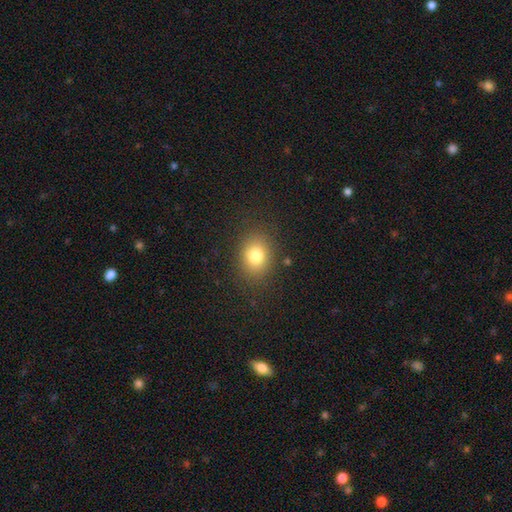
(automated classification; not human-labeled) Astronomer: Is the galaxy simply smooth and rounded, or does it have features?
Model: smooth — 81%.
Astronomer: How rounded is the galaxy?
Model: in between — 51% (runner-up: round, 48%).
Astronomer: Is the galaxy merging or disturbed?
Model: none — 84%.